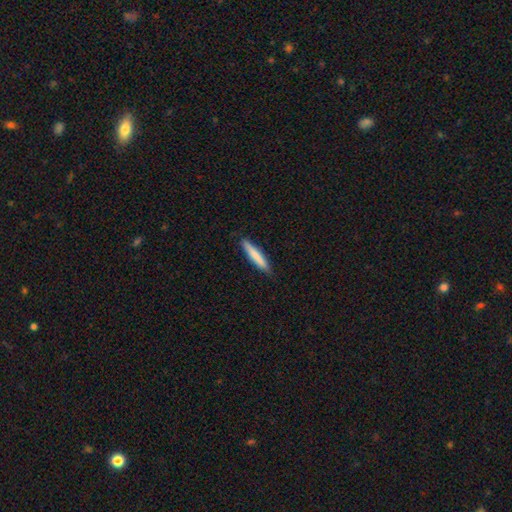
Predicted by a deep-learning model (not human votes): This is likely a smooth galaxy (76%). How rounded: clearly cigar-shaped (92%). Merging: clearly none (88%).